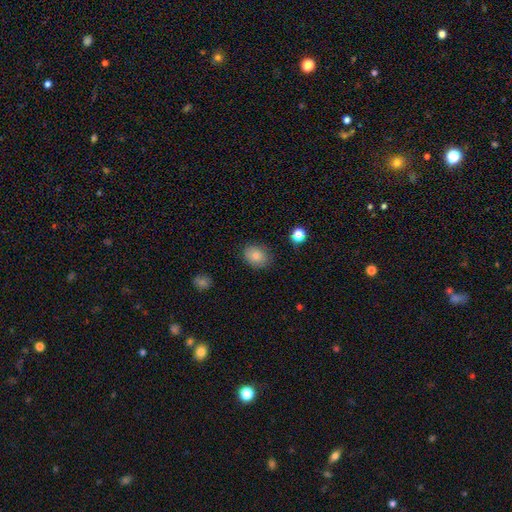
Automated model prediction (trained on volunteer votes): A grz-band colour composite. It shows a smooth galaxy with no disk features (82%) that is in between round and cigar-shaped (56%). Merging: none (82%).